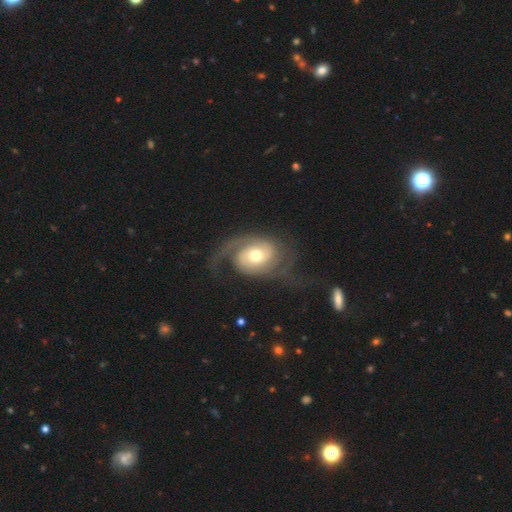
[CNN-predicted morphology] Smooth or featured? Predicted: featured or disk (p=0.81). Edge-on disk? Predicted: no (p=0.97). Bar? Predicted: no (p=0.69). Spiral arms? Predicted: yes (p=0.94). Spiral winding? Predicted: loose (p=0.41). Spiral arm count? Predicted: 2 (p=0.77). Bulge size? Predicted: moderate (p=0.65). Merging? Predicted: none (p=0.57).